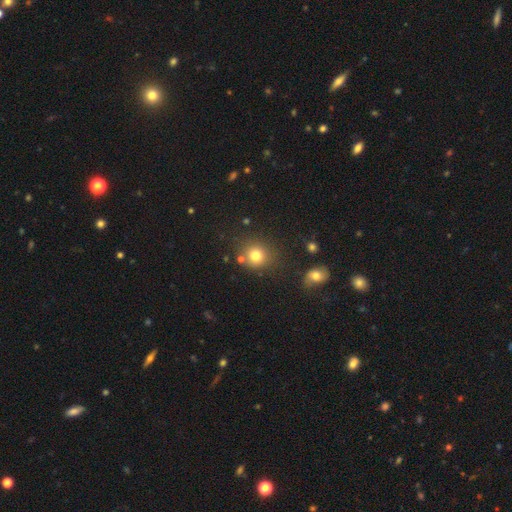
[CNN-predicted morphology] Smooth or featured? smooth (78%)
How rounded? round (86%)
Merging? none (76%)